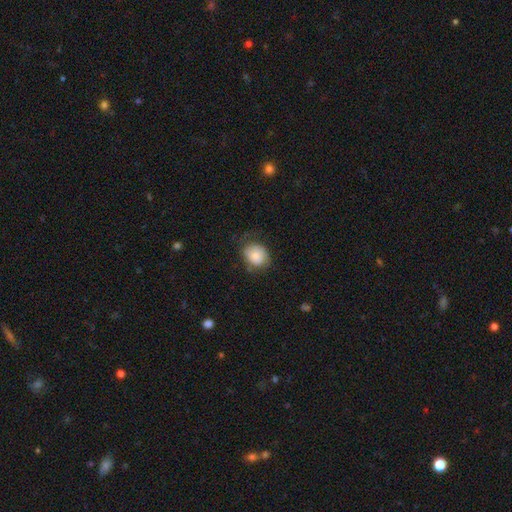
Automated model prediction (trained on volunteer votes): Overall: smooth (79%). How rounded: round (53%; in between 46%). Merging: none (60%; minor disturbance 28%).